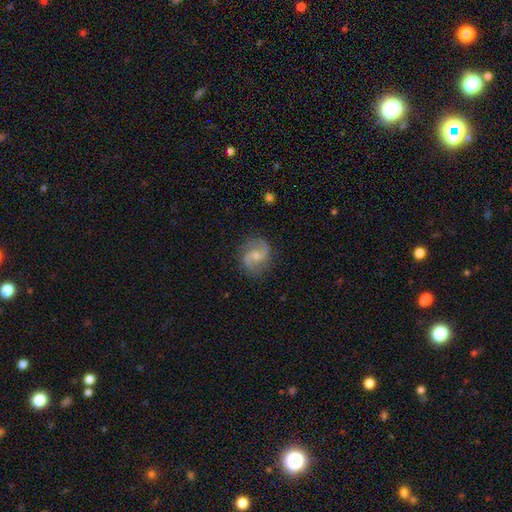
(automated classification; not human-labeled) This is likely a featured or disk galaxy (79%). It is clearly not viewed edge-on (98%). Bar: possibly no (52%). Spiral arm pattern: clearly yes (96%). Spiral arm count: clearly 2 (91%). Spiral winding: possibly medium (52%). Central bulge: possibly small (50%). Merging: clearly none (81%).